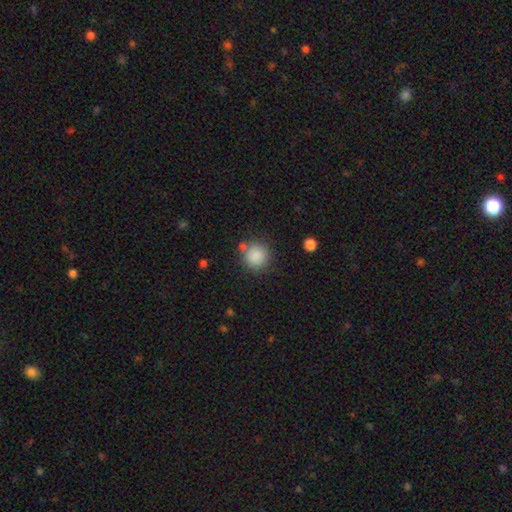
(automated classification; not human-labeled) smooth 87%, star or artifact 9%, featured or disk 4%. Down the decision tree: how rounded — round (92%); merging — none (78%).